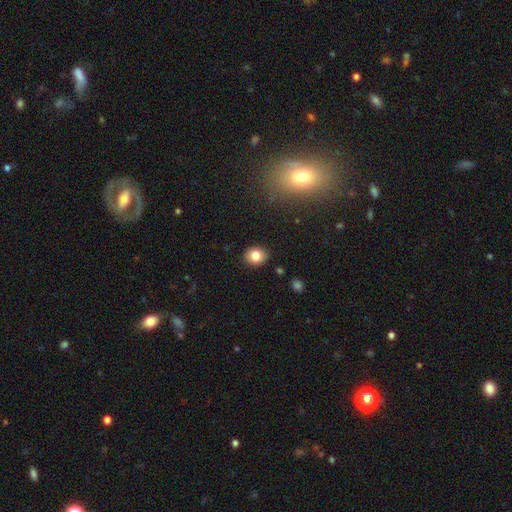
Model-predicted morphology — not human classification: A smooth galaxy with no disk features (82%) that is round (63%). Merging: none (89%).